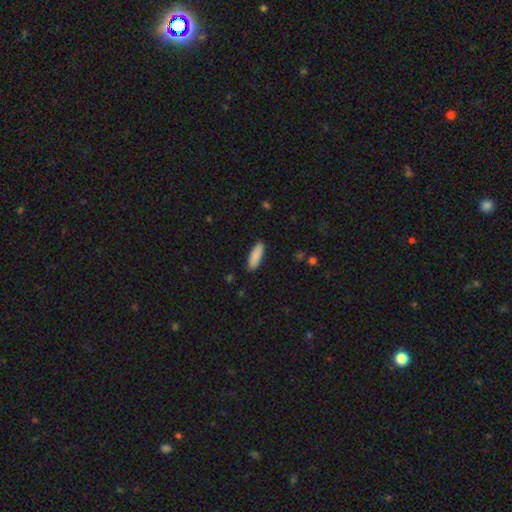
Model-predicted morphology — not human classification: Smooth or featured? Predicted: smooth (p=0.89). How rounded? Predicted: in between (p=0.57). Merging? Predicted: none (p=0.90).